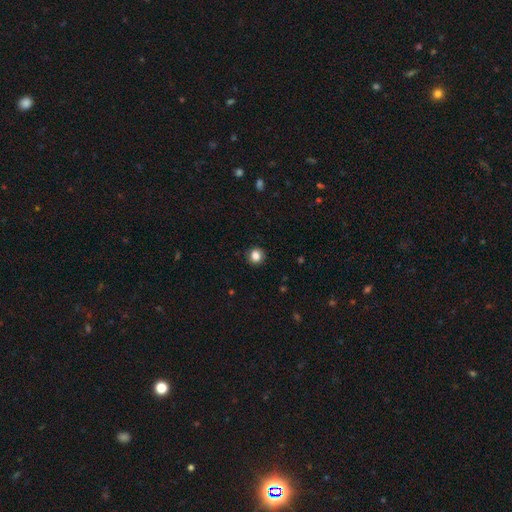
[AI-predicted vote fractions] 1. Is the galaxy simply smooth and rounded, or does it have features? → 83% smooth, 11% star or artifact, 6% featured or disk.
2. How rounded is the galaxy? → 86% round, 13% in between, 1% cigar-shaped.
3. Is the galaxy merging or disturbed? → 89% none, 8% minor disturbance, 2% major disturbance, 1% merger.